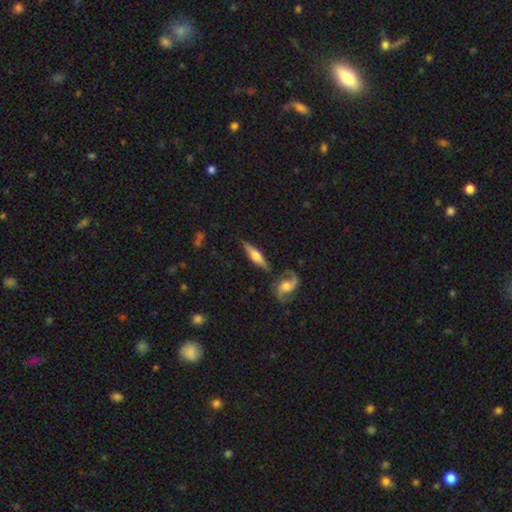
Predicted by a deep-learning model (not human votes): A featured or disk galaxy (63%) viewed edge-on (87%) with a rounded central bulge (87%). Merging: none (74%).